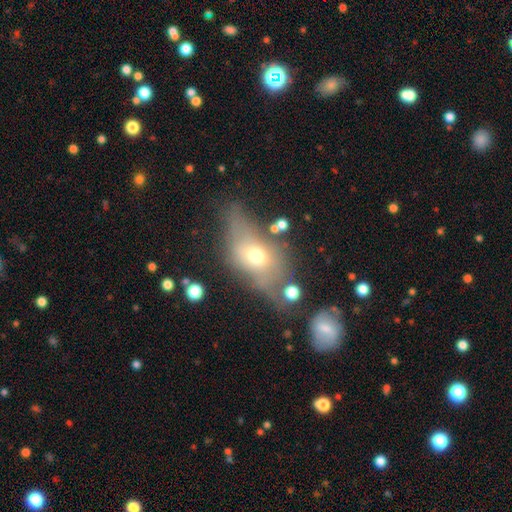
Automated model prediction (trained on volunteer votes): smooth_or_featured: smooth (p=0.50) [alt: featured or disk p=0.37]
merging: none (p=0.38) [alt: minor disturbance p=0.26]